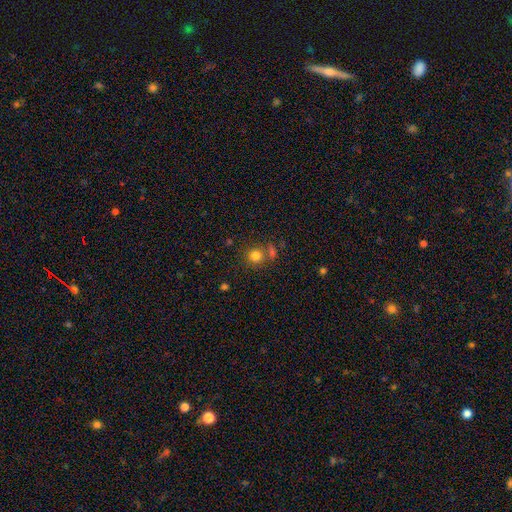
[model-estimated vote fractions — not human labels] This is likely a smooth galaxy (80%). How rounded: clearly round (90%). Merging: likely none (69%).